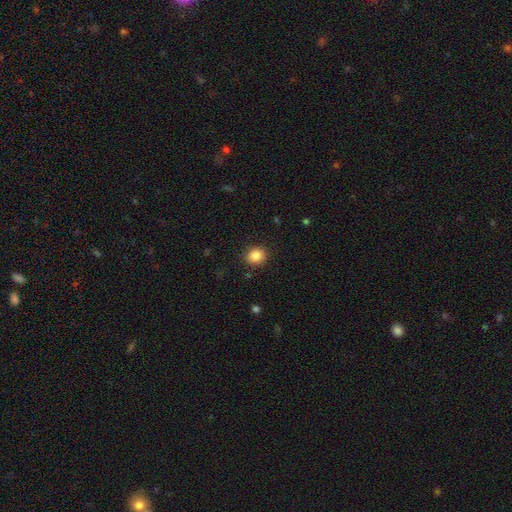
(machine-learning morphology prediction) Smooth or featured?
  - smooth: 86% *
  - star or artifact: 10%
  - featured or disk: 4%
How rounded?
  - round: 69% *
  - in between: 30%
  - cigar-shaped: 1%
Merging?
  - none: 88% *
  - minor disturbance: 8%
  - major disturbance: 3%
  - merger: 1%